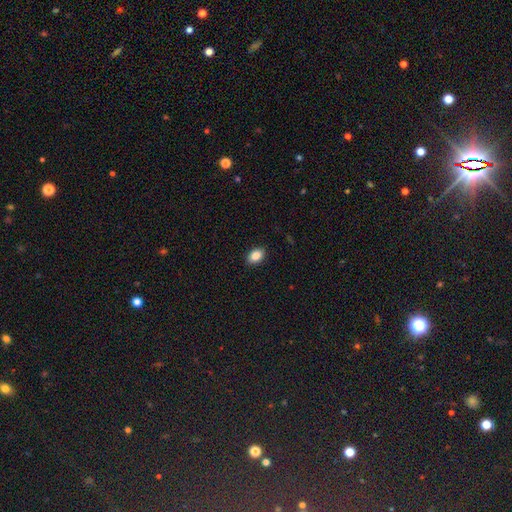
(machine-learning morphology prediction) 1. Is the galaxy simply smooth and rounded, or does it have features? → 87% smooth, 8% star or artifact, 5% featured or disk.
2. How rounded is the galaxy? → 86% in between, 13% round, 1% cigar-shaped.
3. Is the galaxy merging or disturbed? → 90% none, 7% minor disturbance, 2% major disturbance, 1% merger.